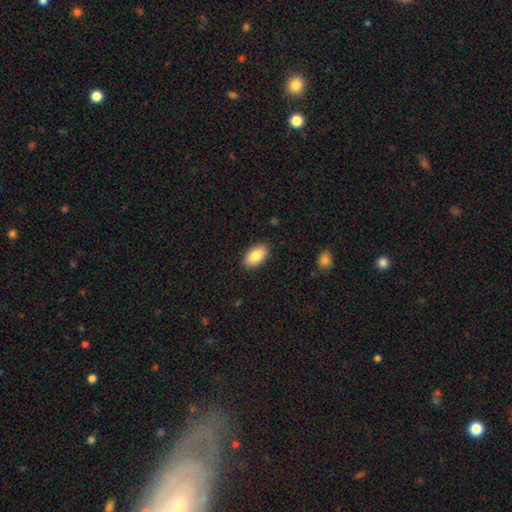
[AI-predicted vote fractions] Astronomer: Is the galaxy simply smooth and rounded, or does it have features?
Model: smooth — 86%.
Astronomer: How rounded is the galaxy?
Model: in between — 94%.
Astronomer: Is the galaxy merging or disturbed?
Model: none — 88%.